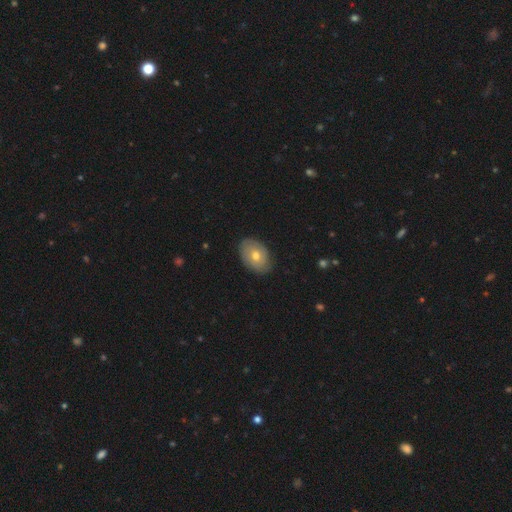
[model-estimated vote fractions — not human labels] smooth_or_featured: smooth (p=0.62) [alt: featured or disk p=0.31]
how_rounded: in between (p=0.82) [alt: round p=0.17]
merging: none (p=0.82) [alt: minor disturbance p=0.15]